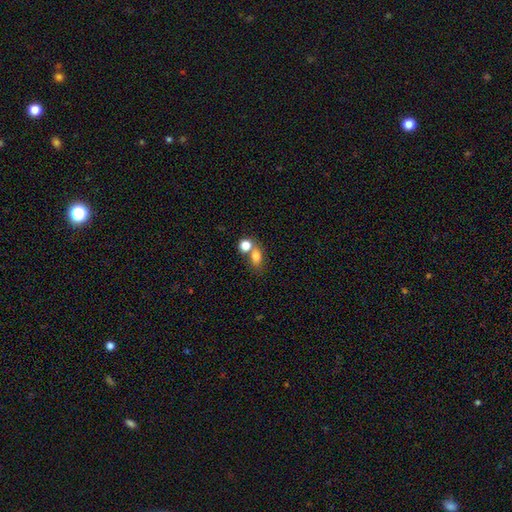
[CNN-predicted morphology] A smooth galaxy with no disk features (76%) that is in between round and cigar-shaped (60%). Merging: none (43%).